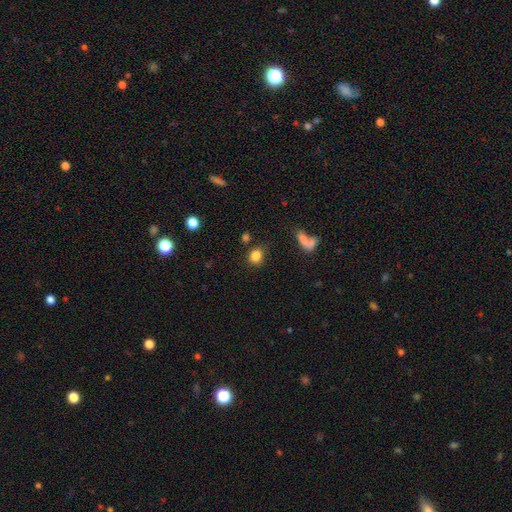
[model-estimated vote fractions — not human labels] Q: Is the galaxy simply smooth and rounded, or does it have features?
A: smooth — 83%.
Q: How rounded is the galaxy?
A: round — 68%.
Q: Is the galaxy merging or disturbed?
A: none — 75%.